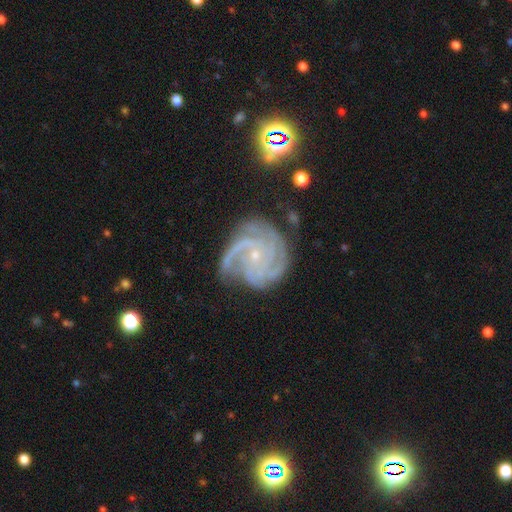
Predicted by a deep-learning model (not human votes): Morphology: type=featured or disk (91%); edge-on=no (98%); bar=no (71%); spiral arms=yes (99%); winding=tight (63%); arm count=3 (41%); bulge=small (83%); merging=none (71%).